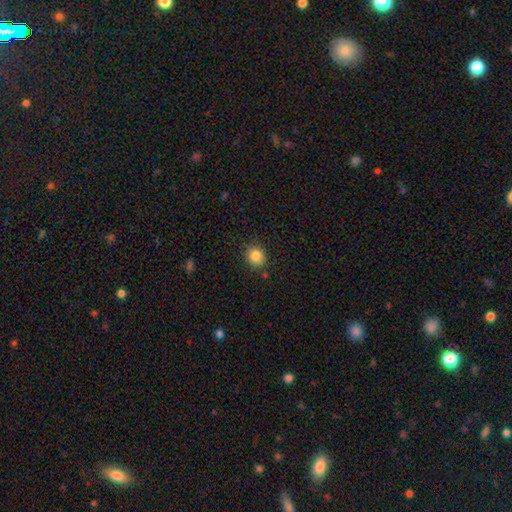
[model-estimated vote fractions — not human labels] A smooth galaxy with no disk features (85%) that is round (78%).

Vote fractions:
- Smooth or featured? smooth: 85% / star or artifact: 10% / featured or disk: 5%
- How rounded? round: 78% / in between: 21% / cigar-shaped: 1%
- Merging? none: 86% / minor disturbance: 9% / major disturbance: 3% / merger: 2%